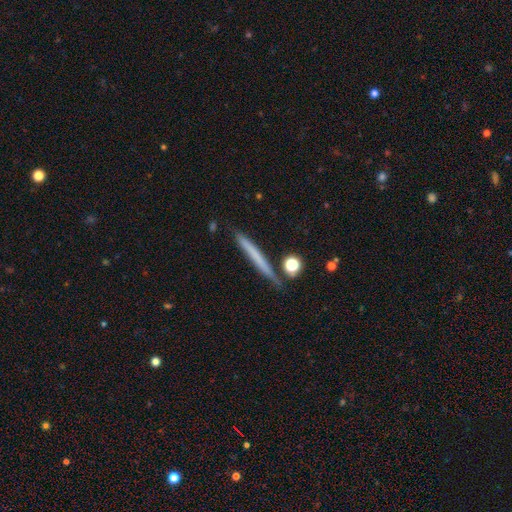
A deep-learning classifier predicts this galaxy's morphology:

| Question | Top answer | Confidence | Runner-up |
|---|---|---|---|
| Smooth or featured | smooth | 57% | featured or disk (36%) |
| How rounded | cigar-shaped | 96% | in between (2%) |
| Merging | none | 83% | minor disturbance (11%) |